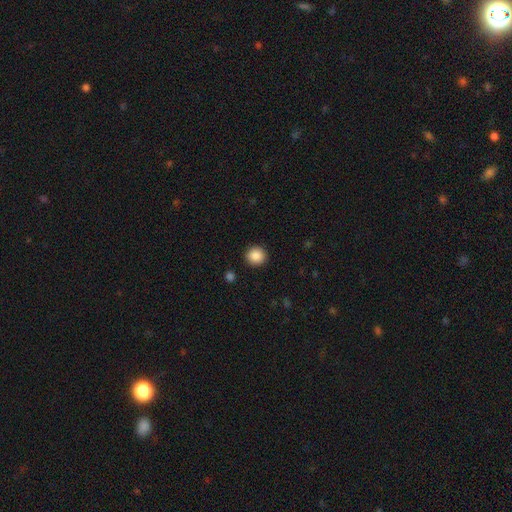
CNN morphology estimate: Smooth or featured? Predicted: smooth (p=0.88). How rounded? Predicted: round (p=0.92). Merging? Predicted: none (p=0.92).